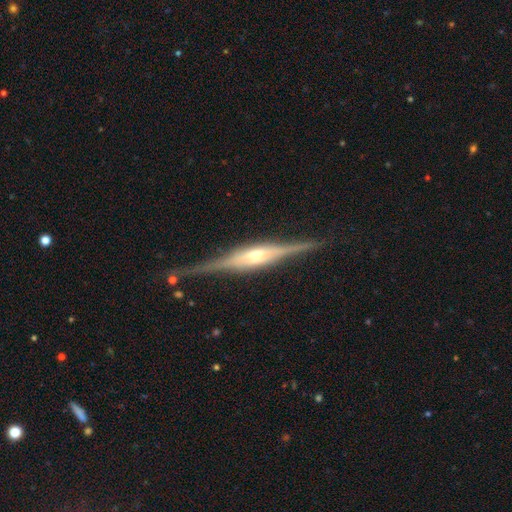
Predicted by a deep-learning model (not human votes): smooth_or_featured: featured or disk (p=0.86) [alt: smooth p=0.09]
disk_edge_on: yes (p=0.97) [alt: no p=0.03]
edge_on_bulge: rounded (p=0.63) [alt: boxy p=0.32]
merging: none (p=0.84) [alt: minor disturbance p=0.11]